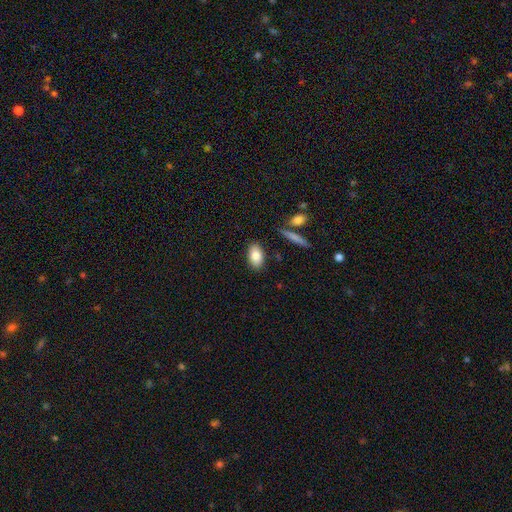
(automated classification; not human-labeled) A smooth galaxy with no disk features (83%) that is in between round and cigar-shaped (91%).

Vote fractions:
- Smooth or featured? smooth: 83% / featured or disk: 10% / star or artifact: 7%
- How rounded? in between: 91% / round: 6% / cigar-shaped: 3%
- Merging? none: 85% / minor disturbance: 9% / merger: 3% / major disturbance: 2%